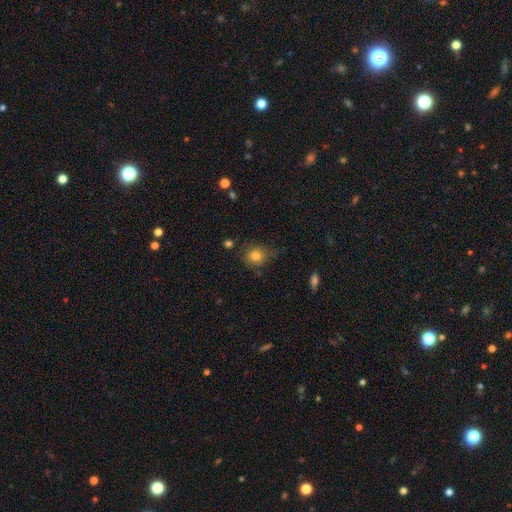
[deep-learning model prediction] The model was most divided on "merging": none: 64%, minor disturbance: 25%, major disturbance: 8%, merger: 3%. More confident: smooth or featured — smooth (80%); how rounded — round (75%).